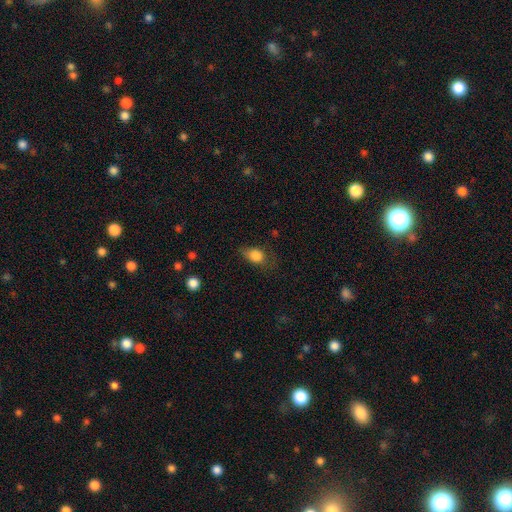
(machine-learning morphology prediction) smooth-or-featured: smooth: 83% | star or artifact: 9% | featured or disk: 8%
  how-rounded: in between: 64% | round: 34% | cigar-shaped: 2%
  merging: none: 49% | minor disturbance: 32% | major disturbance: 17% | merger: 2%